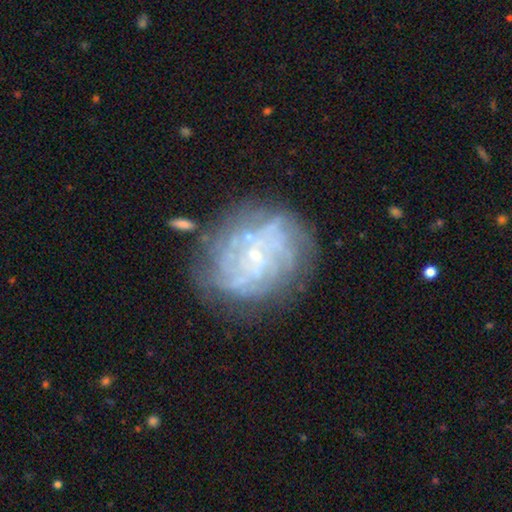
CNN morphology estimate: smooth-or-featured: featured or disk: 78% | smooth: 13% | star or artifact: 9%
  disk-edge-on: no: 97% | yes: 3%
    bar: no: 75% | weak: 21% | strong: 5%
    has-spiral-arms: yes: 84% | no: 16%
      spiral-winding: tight: 66% | medium: 24% | loose: 9%
      spiral-arm-count: can't tell: 44% | 4: 17% | more than 4: 16% | 3: 9% | 2: 8% | 1: 6%
    bulge-size: small: 82% | moderate: 10% | none: 6% | large: 1% | dominant: 1%
  merging: none: 69% | minor disturbance: 18% | major disturbance: 10% | merger: 3%